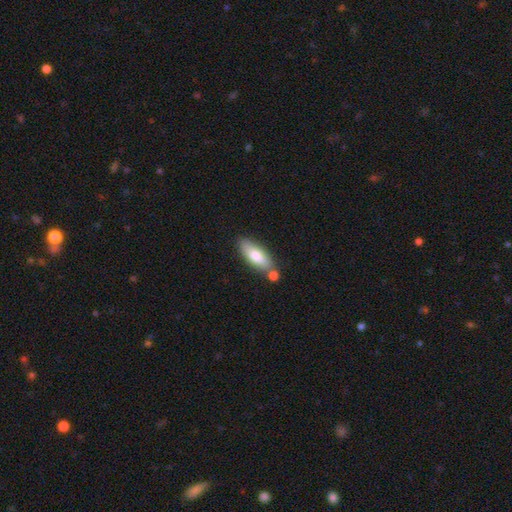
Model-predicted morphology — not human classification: Q: Smooth or featured?
A: smooth (75%); runner-up: featured or disk (19%)
Q: How rounded?
A: in between (70%); runner-up: cigar-shaped (27%)
Q: Merging?
A: none (64%); runner-up: merger (19%)